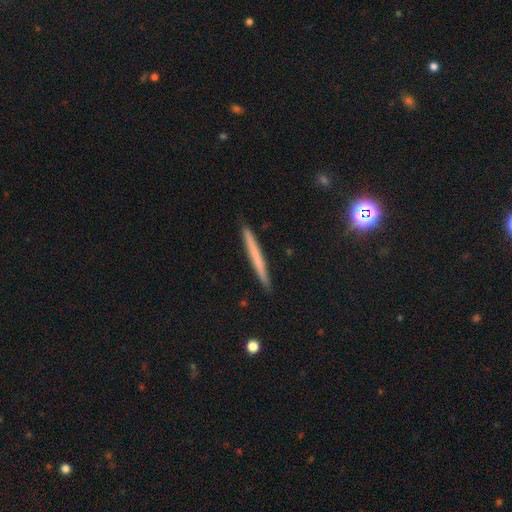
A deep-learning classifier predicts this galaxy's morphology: Overall: smooth (57%; featured or disk 36%). How rounded: cigar-shaped (97%). Merging: none (92%).